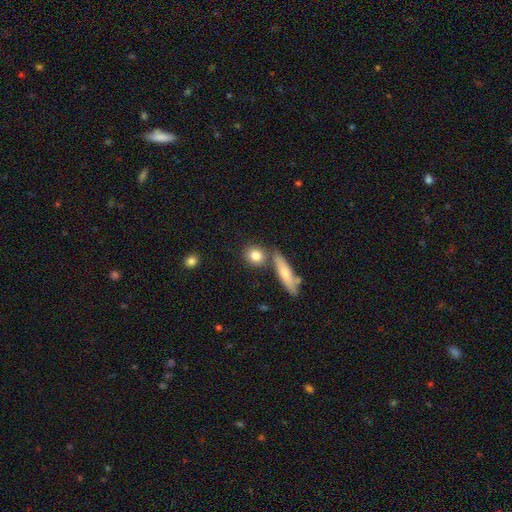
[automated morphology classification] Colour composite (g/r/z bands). It shows a smooth galaxy with no disk features (81%) that is round (68%). Merging: none (70%).